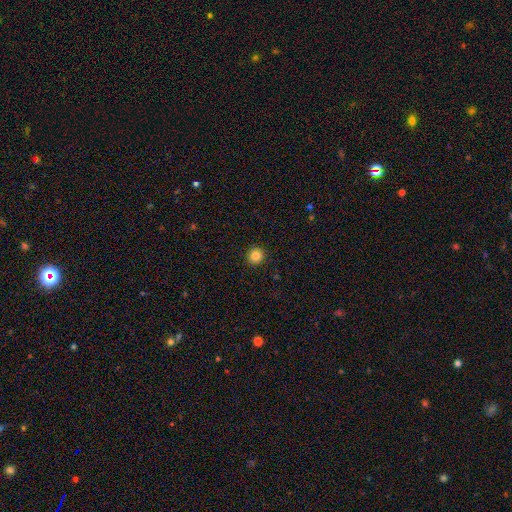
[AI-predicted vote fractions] This is clearly a smooth galaxy (84%). How rounded: clearly round (93%). Merging: clearly none (93%).